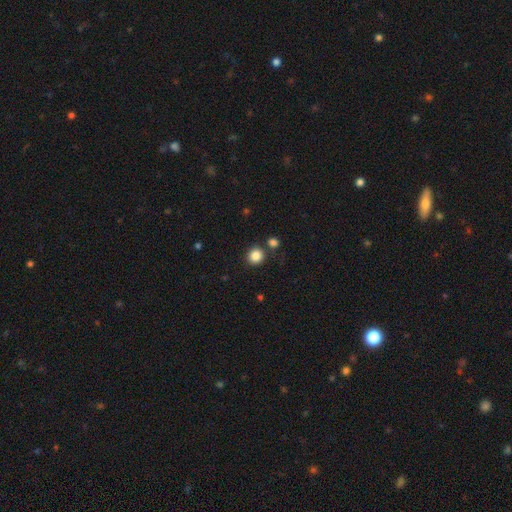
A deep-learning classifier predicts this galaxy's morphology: Smooth or featured?
  - smooth: 85% *
  - star or artifact: 11%
  - featured or disk: 4%
How rounded?
  - round: 90% *
  - in between: 10%
  - cigar-shaped: 1%
Merging?
  - none: 81% *
  - merger: 8%
  - minor disturbance: 8%
  - major disturbance: 3%